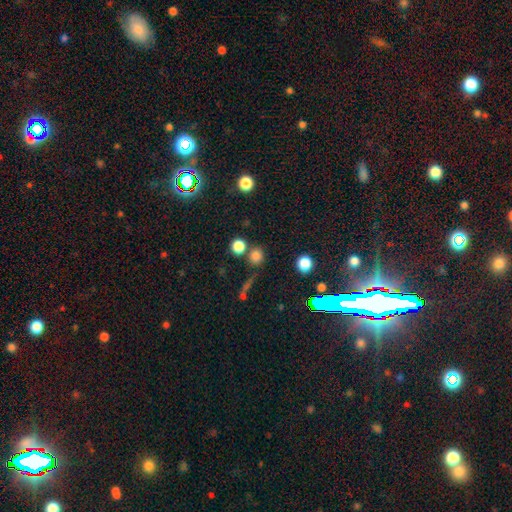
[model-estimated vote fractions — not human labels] Smooth or featured: smooth — 77% (star or artifact — 17%)
How rounded: round — 87% (in between — 11%)
Merging: none — 73% (merger — 15%)